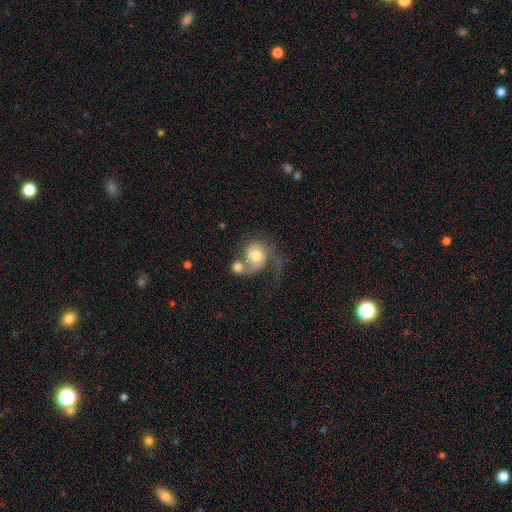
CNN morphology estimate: This appears to be a smooth galaxy with no disk features (49%). Merging: merger (52%).